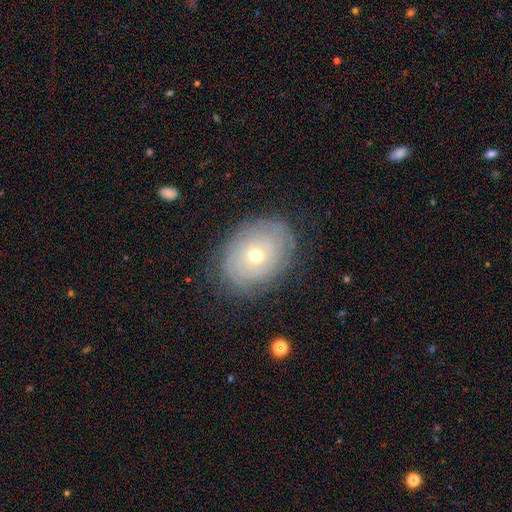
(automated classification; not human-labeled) Overall: featured or disk (72%). Edge-on disk: no (96%). Bar: no (79%). Spiral arms: yes (84%). Spiral arm count: can't tell (55%). Spiral winding: tight (85%). Bulge size: small (52%; moderate 45%). Merging: none (79%).